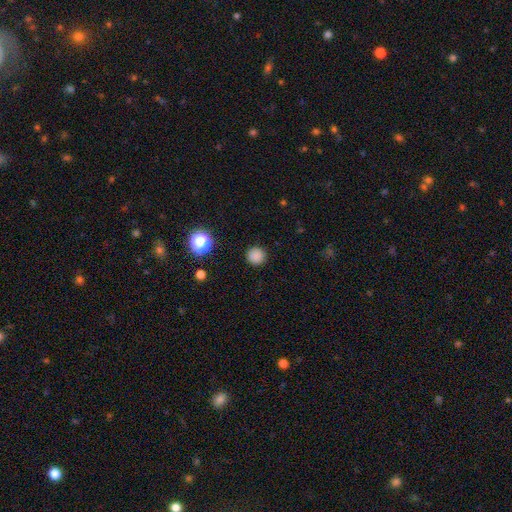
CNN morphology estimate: Smooth or featured? Predicted: smooth (p=0.83). How rounded? Predicted: round (p=0.95). Merging? Predicted: none (p=0.90).